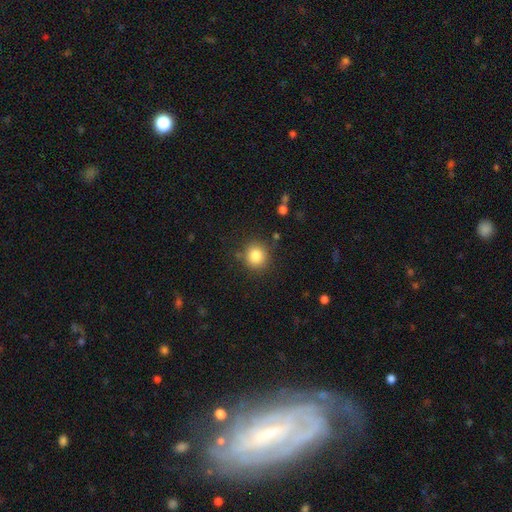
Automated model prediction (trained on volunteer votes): smooth_or_featured: smooth (p=0.83) [alt: star or artifact p=0.11]
how_rounded: round (p=0.90) [alt: in between p=0.09]
merging: none (p=0.86) [alt: minor disturbance p=0.09]